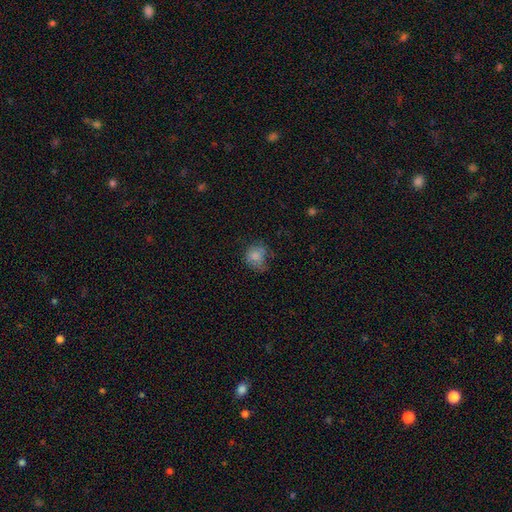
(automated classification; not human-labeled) A smooth galaxy with no disk features (78%) that is round (69%).

Vote fractions:
- Smooth or featured? smooth: 78% / featured or disk: 12% / star or artifact: 11%
- How rounded? round: 69% / in between: 30% / cigar-shaped: 1%
- Merging? none: 51% / minor disturbance: 31% / major disturbance: 16% / merger: 2%